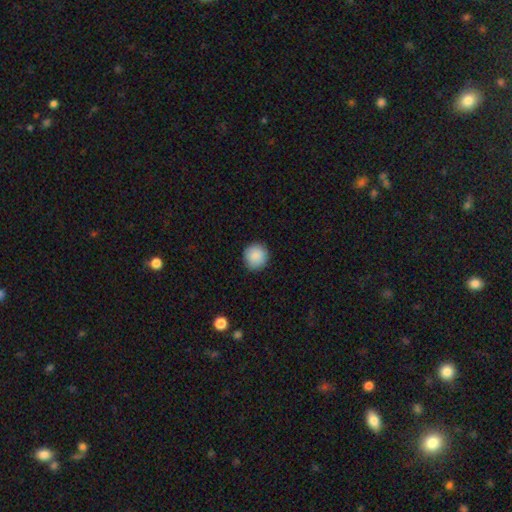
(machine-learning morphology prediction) A smooth galaxy with no disk features (89%) that is round (94%). Merging: none (90%).